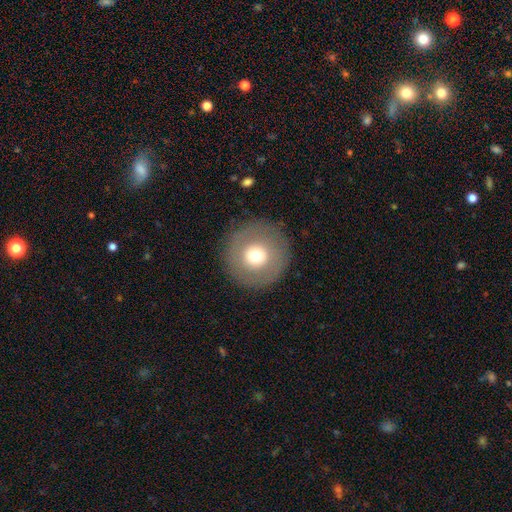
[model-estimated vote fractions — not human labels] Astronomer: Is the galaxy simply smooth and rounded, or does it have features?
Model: smooth — 65%.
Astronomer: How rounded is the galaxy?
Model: round — 96%.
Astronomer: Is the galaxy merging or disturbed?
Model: none — 89%.